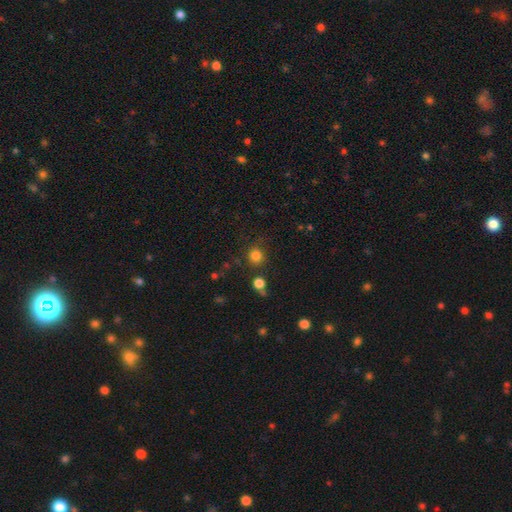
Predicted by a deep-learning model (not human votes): This appears to be a smooth galaxy with no disk features (80%) that is round (91%). Merging: none (80%).